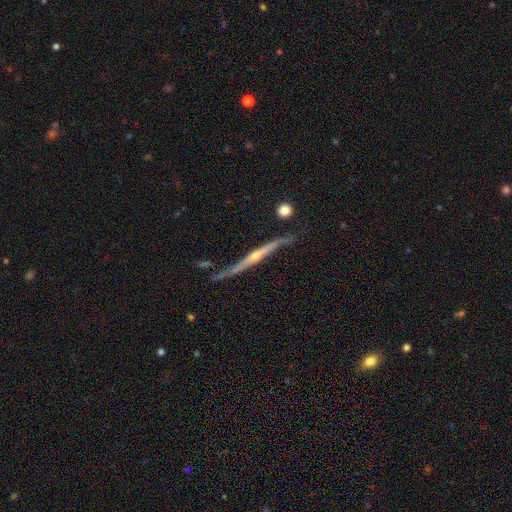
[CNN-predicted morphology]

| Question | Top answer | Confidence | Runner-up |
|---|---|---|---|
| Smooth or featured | featured or disk | 85% | smooth (10%) |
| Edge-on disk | yes | 93% | no (7%) |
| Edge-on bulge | rounded | 81% | none (16%) |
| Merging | none | 68% | minor disturbance (22%) |